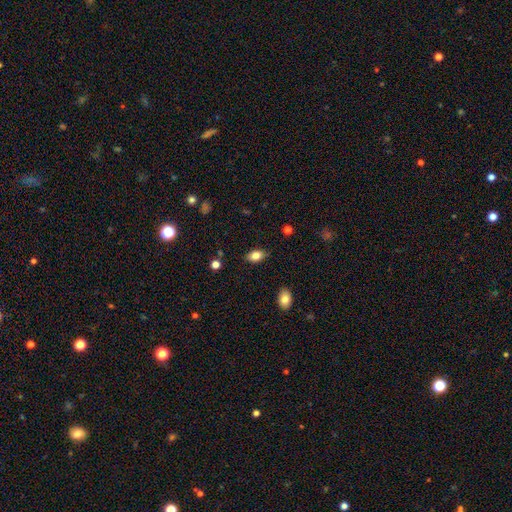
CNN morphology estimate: smooth-or-featured: smooth: 80% | featured or disk: 12% | star or artifact: 8%
  how-rounded: in between: 87% | round: 10% | cigar-shaped: 3%
  merging: none: 84% | minor disturbance: 12% | major disturbance: 2% | merger: 1%